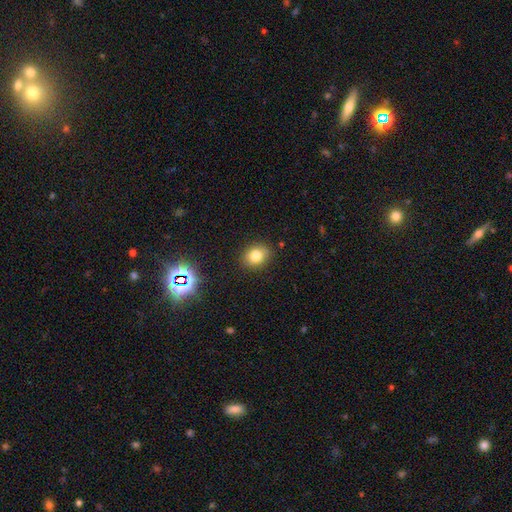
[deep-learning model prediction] Smooth or featured?
  - smooth: 79% *
  - star or artifact: 13%
  - featured or disk: 8%
How rounded?
  - round: 56% *
  - in between: 43%
  - cigar-shaped: 1%
Merging?
  - none: 86% *
  - minor disturbance: 10%
  - major disturbance: 3%
  - merger: 1%